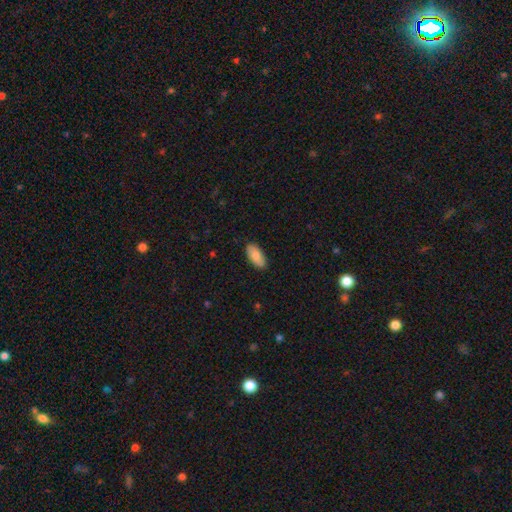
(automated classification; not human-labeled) Q: Smooth or featured?
A: smooth (84%); runner-up: featured or disk (11%)
Q: How rounded?
A: in between (92%); runner-up: cigar-shaped (6%)
Q: Merging?
A: none (86%); runner-up: minor disturbance (11%)